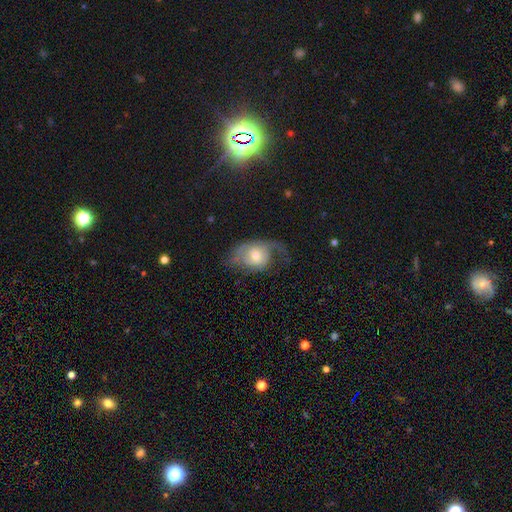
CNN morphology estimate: Smooth or featured?
  - featured or disk: 56% *
  - smooth: 37%
  - star or artifact: 8%
Edge-on disk?
  - no: 94% *
  - yes: 6%
Bar?
  - no: 71% *
  - weak: 24%
  - strong: 5%
Spiral arms?
  - yes: 75% *
  - no: 25%
Bulge size?
  - moderate: 54% *
  - small: 34%
  - large: 8%
  - none: 2%
  - dominant: 2%
Merging?
  - major disturbance: 40% *
  - none: 34%
  - minor disturbance: 24%
  - merger: 2%